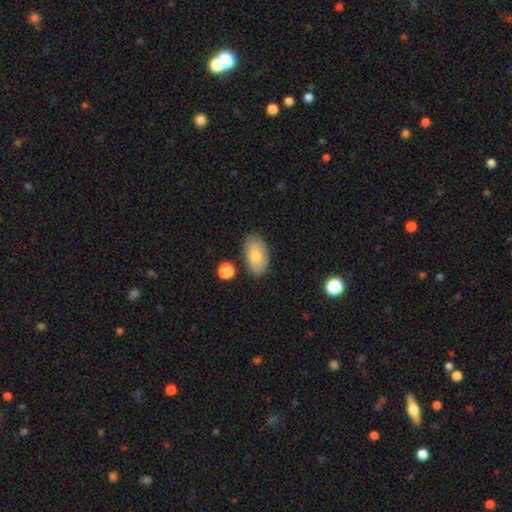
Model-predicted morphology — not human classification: The model was most divided on "merging": none: 80%, minor disturbance: 13%, merger: 3%, major disturbance: 3%. More confident: how rounded — in between (94%); smooth or featured — smooth (80%).